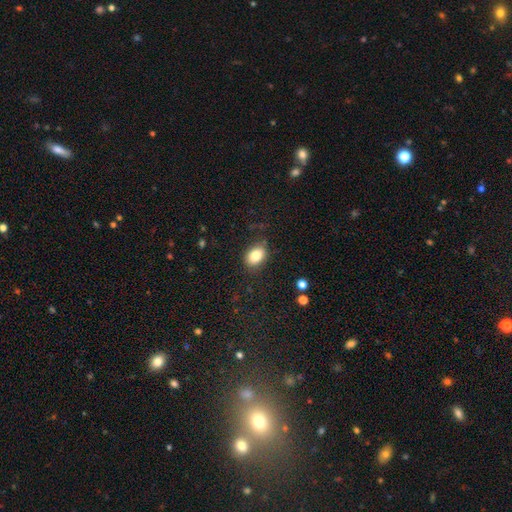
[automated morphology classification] Smooth or featured: smooth — 84% (star or artifact — 9%)
How rounded: in between — 78% (round — 21%)
Merging: none — 82% (minor disturbance — 13%)